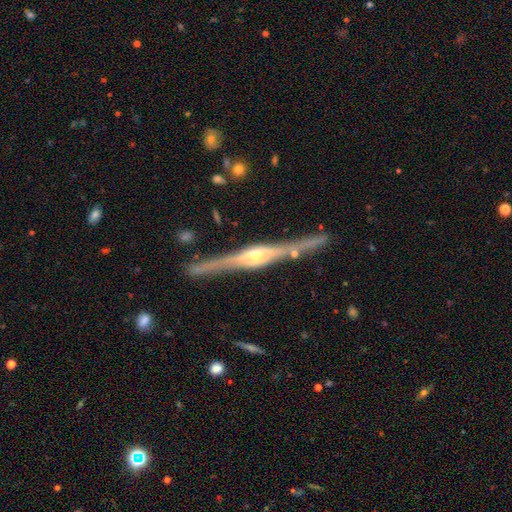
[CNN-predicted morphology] Smooth or featured? Predicted: featured or disk (p=0.87). Edge-on disk? Predicted: yes (p=0.97). Edge-on bulge? Predicted: rounded (p=0.89). Merging? Predicted: none (p=0.85).